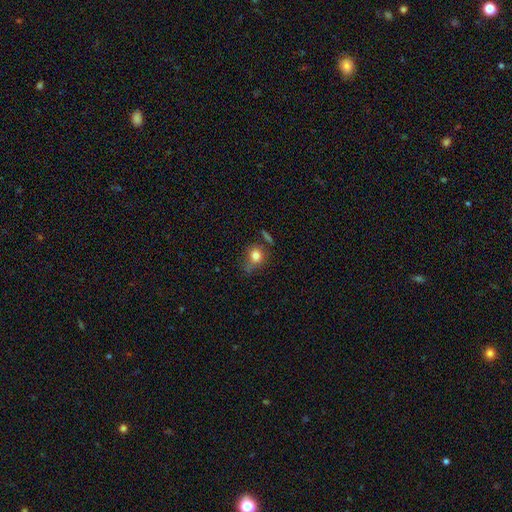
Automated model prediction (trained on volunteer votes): The model was most divided on "merging": none: 52%, minor disturbance: 26%, major disturbance: 13%, merger: 9%. More confident: smooth or featured — smooth (77%); how rounded — round (66%).